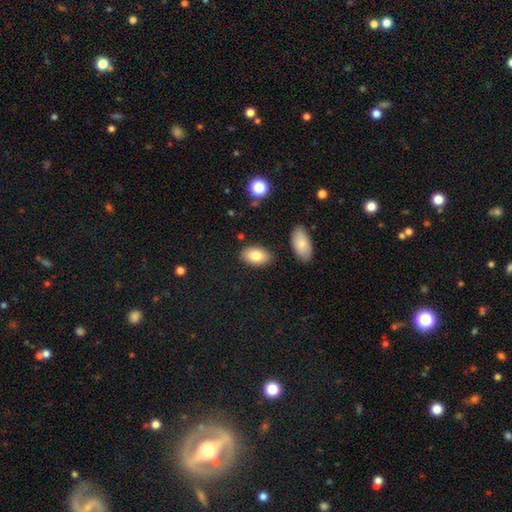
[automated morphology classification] Q: Smooth or featured?
A: smooth (83%); runner-up: featured or disk (10%)
Q: How rounded?
A: in between (92%); runner-up: round (6%)
Q: Merging?
A: none (84%); runner-up: minor disturbance (10%)